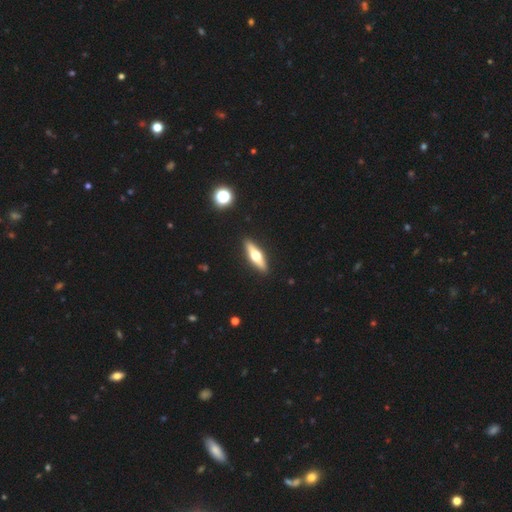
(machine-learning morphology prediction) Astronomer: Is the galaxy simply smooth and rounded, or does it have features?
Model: featured or disk — 57% (runner-up: smooth, 37%).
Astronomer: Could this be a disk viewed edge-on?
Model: yes — 93%.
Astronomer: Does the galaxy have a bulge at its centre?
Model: rounded — 95%.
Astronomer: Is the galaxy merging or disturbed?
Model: none — 91%.